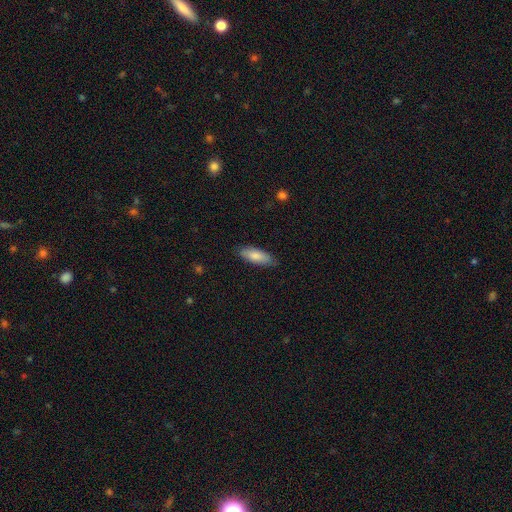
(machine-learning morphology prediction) Smooth or featured? Predicted: smooth (p=0.83). How rounded? Predicted: in between (p=0.67). Merging? Predicted: none (p=0.83).